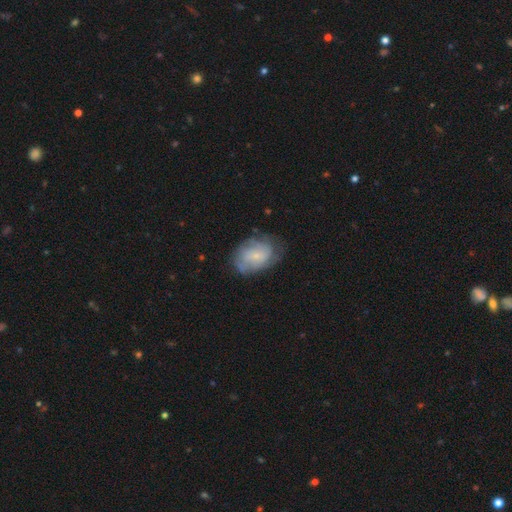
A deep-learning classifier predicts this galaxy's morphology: A featured or disk galaxy (49%).

Vote fractions:
- Smooth or featured? featured or disk: 49% / smooth: 43% / star or artifact: 8%
- Merging? none: 61% / minor disturbance: 26% / major disturbance: 11% / merger: 2%